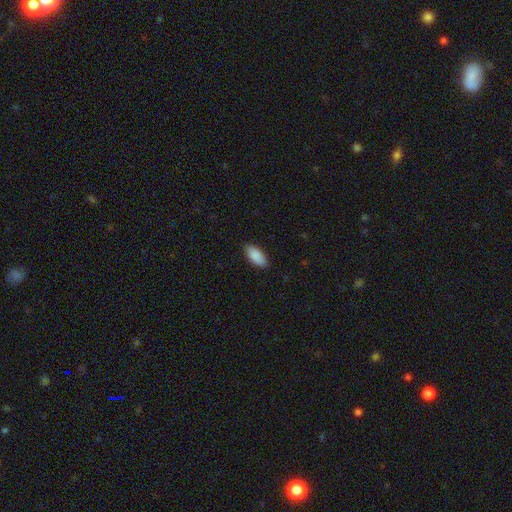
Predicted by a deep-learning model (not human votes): Smooth or featured? Predicted: smooth (p=0.89). How rounded? Predicted: in between (p=0.90). Merging? Predicted: none (p=0.87).